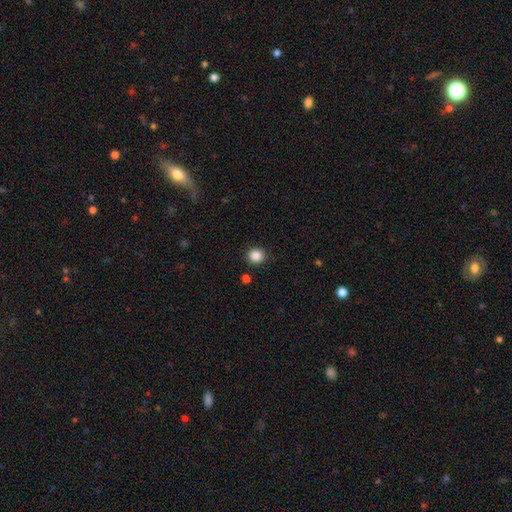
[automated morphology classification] This appears to be a smooth galaxy with no disk features (87%) that is round (88%). Merging: none (87%).